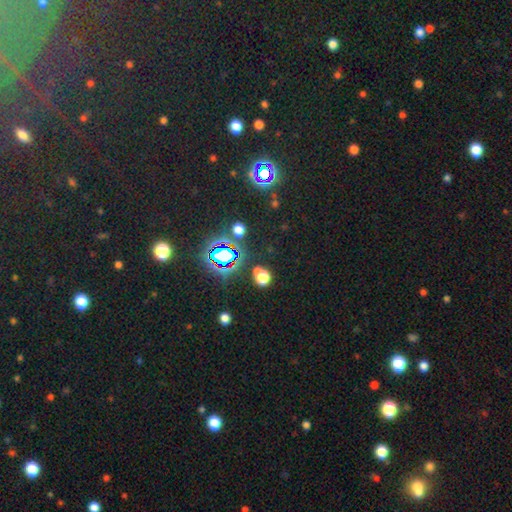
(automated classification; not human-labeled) Smooth or featured? star or artifact (77%)